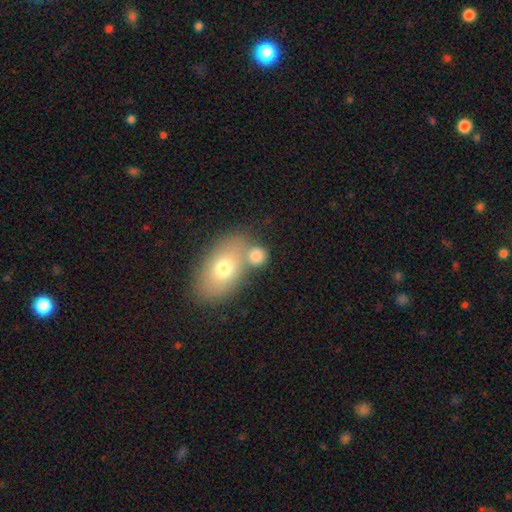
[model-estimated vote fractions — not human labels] Smooth or featured?
  - smooth: 78% *
  - featured or disk: 13%
  - star or artifact: 9%
How rounded?
  - round: 61% *
  - in between: 37%
  - cigar-shaped: 2%
Merging?
  - none: 52% *
  - merger: 32%
  - minor disturbance: 11%
  - major disturbance: 5%